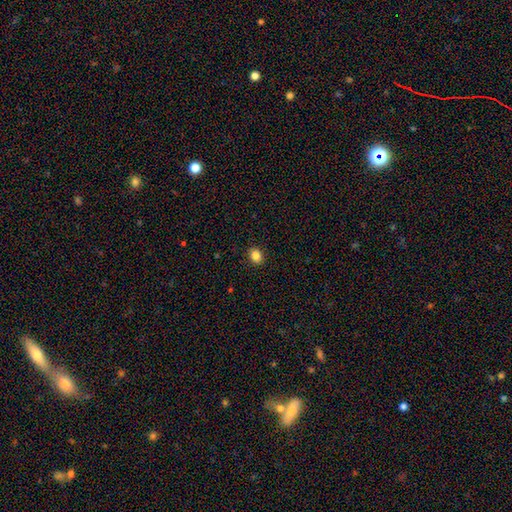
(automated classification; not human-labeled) This appears to be a smooth galaxy with no disk features (85%) that is in between round and cigar-shaped (59%). Merging: none (90%).